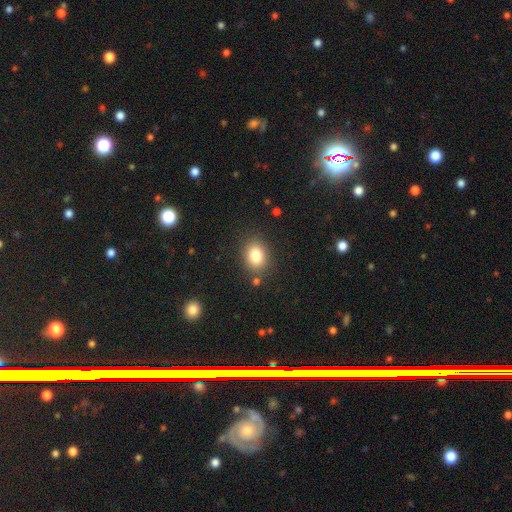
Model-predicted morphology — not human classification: A smooth galaxy with no disk features (82%) that is in between round and cigar-shaped (59%). Merging: none (84%).